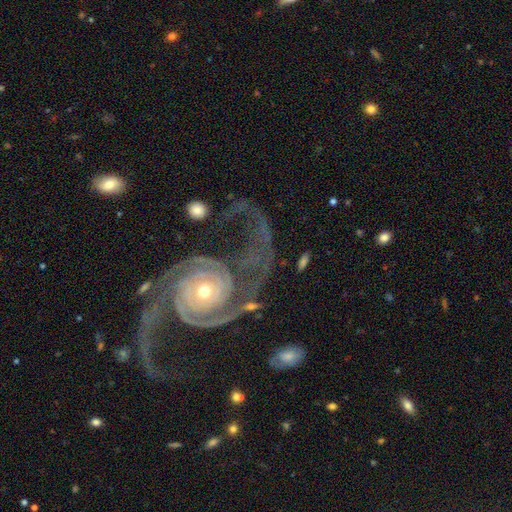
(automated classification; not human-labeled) Smooth or featured? featured or disk (93%)
Edge-on disk? no (98%)
Bar? no (68%)
Spiral arms? yes (99%)
Spiral winding? medium (48%)
Spiral arm count? 2 (68%)
Bulge size? small (55%)
Merging? none (61%)